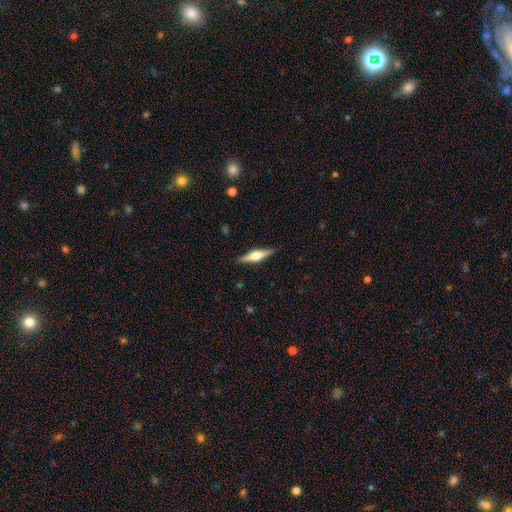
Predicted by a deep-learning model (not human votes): Morphology: type=featured or disk (66%); edge-on=yes (97%); edge-on bulge=rounded (90%); merging=none (89%).